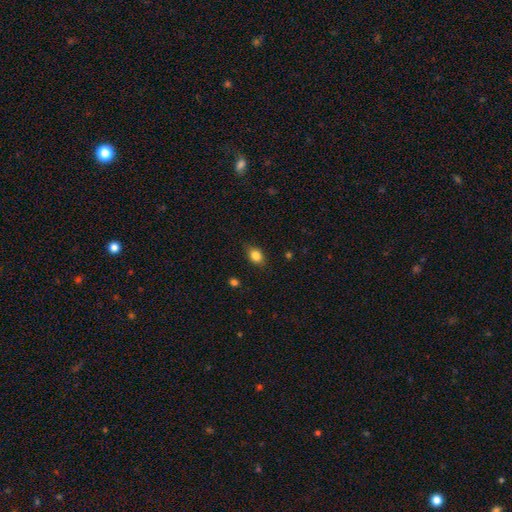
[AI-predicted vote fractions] smooth-or-featured: smooth: 83% | star or artifact: 10% | featured or disk: 7%
  how-rounded: in between: 67% | round: 31% | cigar-shaped: 2%
  merging: none: 80% | minor disturbance: 16% | major disturbance: 3% | merger: 1%